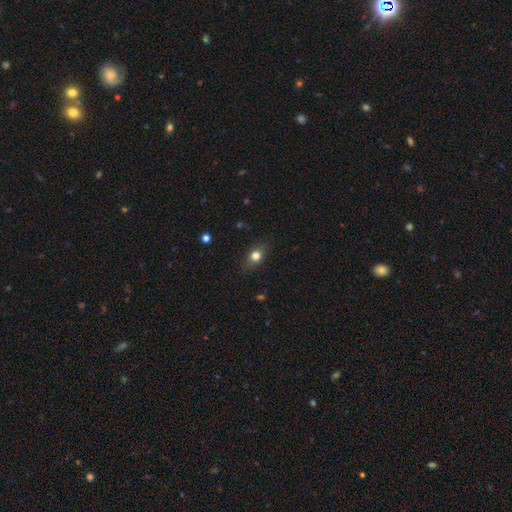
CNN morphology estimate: Smooth or featured?
  - smooth: 74% *
  - featured or disk: 14%
  - star or artifact: 12%
How rounded?
  - in between: 64% *
  - round: 29%
  - cigar-shaped: 7%
Merging?
  - none: 82% *
  - minor disturbance: 14%
  - major disturbance: 3%
  - merger: 1%